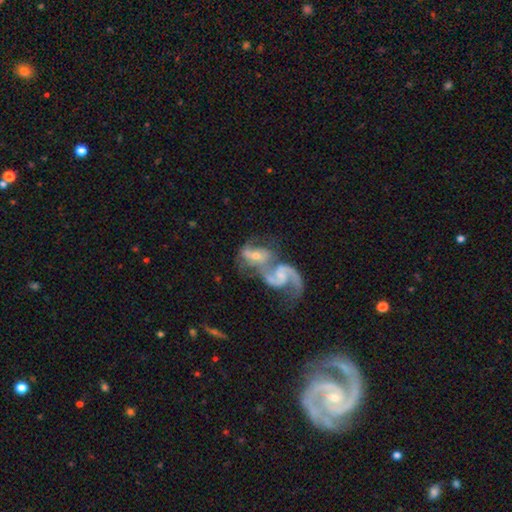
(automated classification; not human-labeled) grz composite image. It shows a featured or disk galaxy (81%) with no bar (42%), 2 (77%) loose (47%) spiral arms (91%) and a small central bulge (50%). Merging: merger (73%).